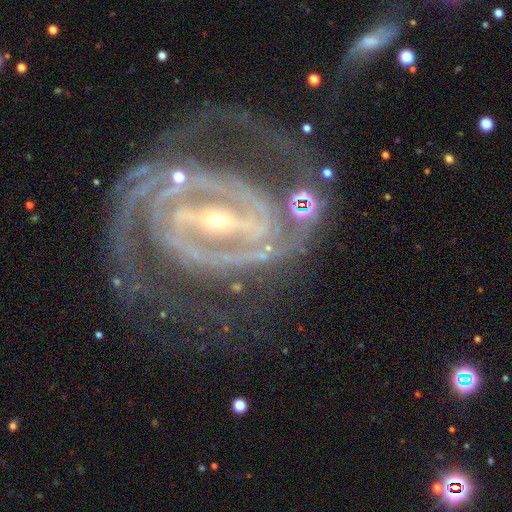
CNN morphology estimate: smooth_or_featured: featured or disk (p=0.87) [alt: star or artifact p=0.08]
disk_edge_on: no (p=0.96) [alt: yes p=0.04]
bar: strong (p=0.73) [alt: weak p=0.17]
has_spiral_arms: yes (p=0.97) [alt: no p=0.03]
spiral_winding: tight (p=0.57) [alt: medium p=0.34]
spiral_arm_count: 2 (p=0.50) [alt: 3 p=0.16]
bulge_size: small (p=0.78) [alt: moderate p=0.18]
merging: none (p=0.60) [alt: minor disturbance p=0.18]